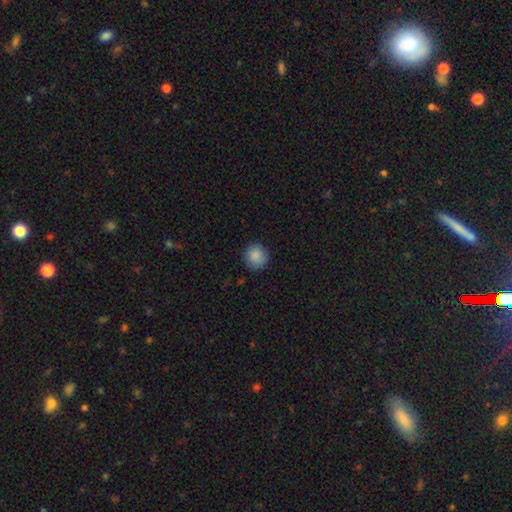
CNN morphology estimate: Smooth or featured? Predicted: smooth (p=0.87). How rounded? Predicted: round (p=0.92). Merging? Predicted: none (p=0.88).